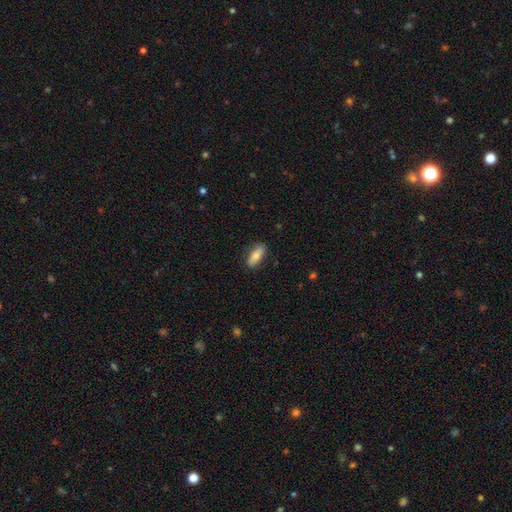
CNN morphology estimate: A smooth galaxy with no disk features (75%) that is in between round and cigar-shaped (73%). Merging: none (84%).